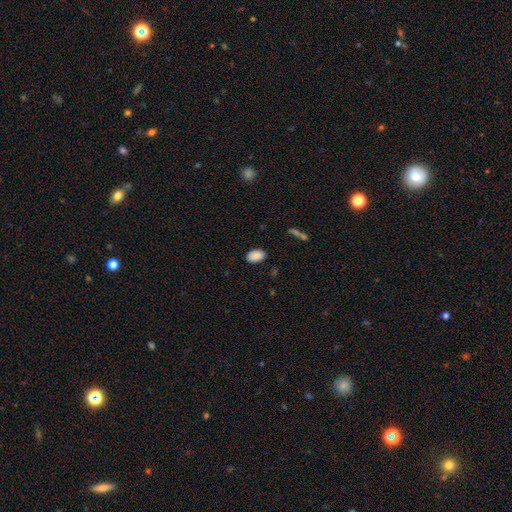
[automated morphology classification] smooth 88%, star or artifact 8%, featured or disk 4%. Down the decision tree: how rounded — in between (91%); merging — none (86%).